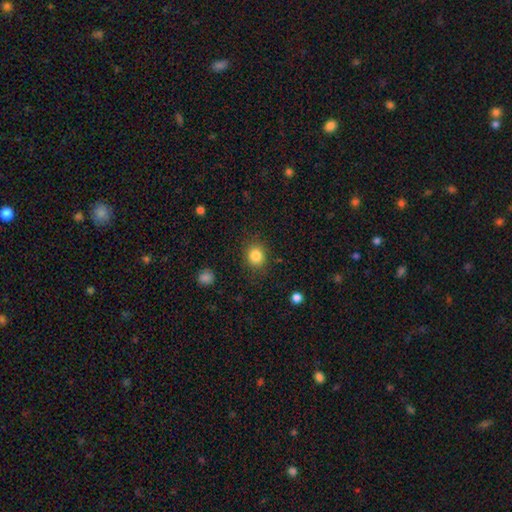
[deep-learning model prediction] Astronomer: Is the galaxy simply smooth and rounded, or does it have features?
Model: smooth — 84%.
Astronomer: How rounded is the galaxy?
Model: round — 74%.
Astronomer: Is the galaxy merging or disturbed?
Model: none — 84%.